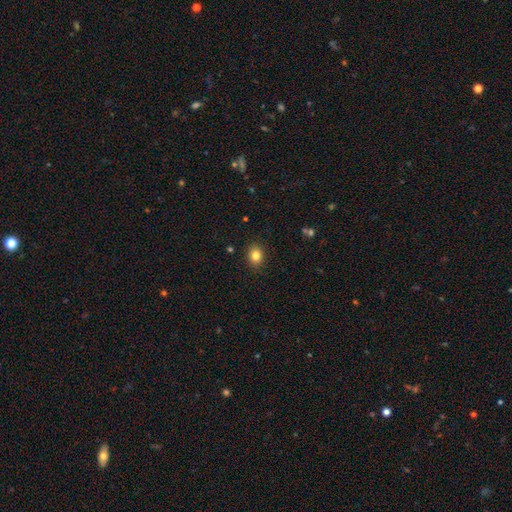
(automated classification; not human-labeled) The model was most divided on "how rounded": round: 53%, in between: 46%, cigar-shaped: 1%. More confident: merging — none (89%); smooth or featured — smooth (82%).